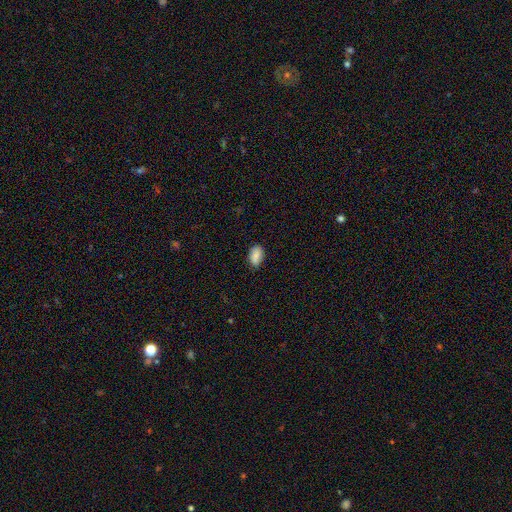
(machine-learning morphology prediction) Smooth or featured: smooth — 84% (featured or disk — 8%)
How rounded: in between — 91% (round — 8%)
Merging: none — 76% (minor disturbance — 20%)